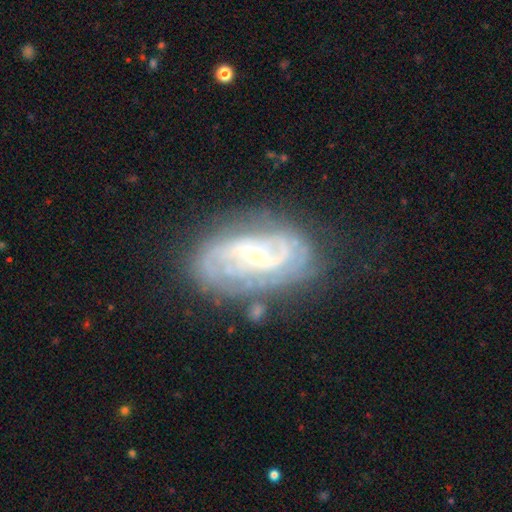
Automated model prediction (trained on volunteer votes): Smooth or featured: featured or disk — 82% (smooth — 11%)
Edge-on disk: no — 96% (yes — 4%)
Bar: weak — 47% (no — 31%)
Spiral arms: yes — 91% (no — 9%)
Spiral winding: tight — 41% (medium — 40%)
Spiral arm count: 2 — 49% (can't tell — 27%)
Bulge size: small — 74% (moderate — 18%)
Merging: none — 68% (minor disturbance — 19%)